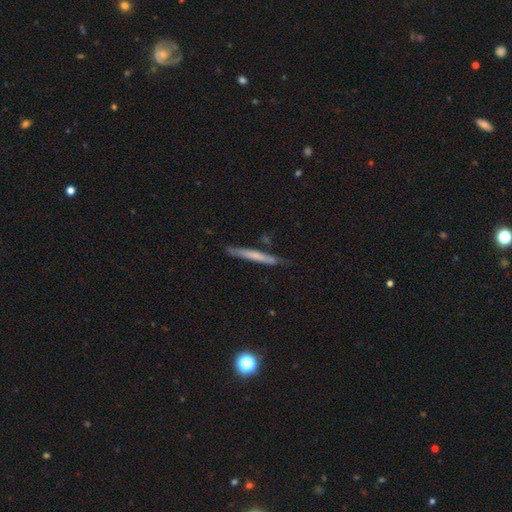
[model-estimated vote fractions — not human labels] The model was most divided on "smooth or featured": smooth: 55%, featured or disk: 39%, star or artifact: 6%. More confident: how rounded — cigar-shaped (96%); merging — none (77%).